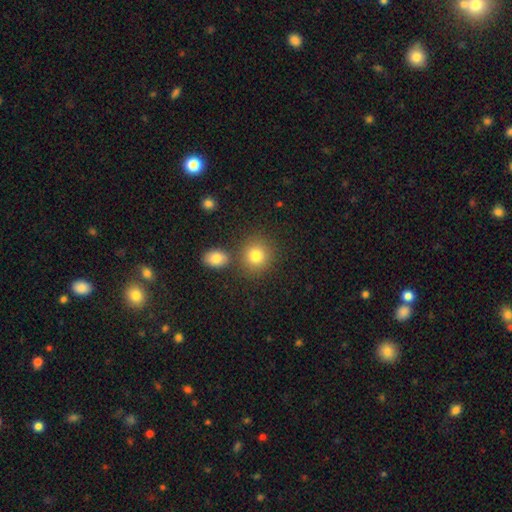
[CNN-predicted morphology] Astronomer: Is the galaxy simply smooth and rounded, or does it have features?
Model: smooth — 82%.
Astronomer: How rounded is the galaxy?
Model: round — 86%.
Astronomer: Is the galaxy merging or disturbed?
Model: none — 76%.